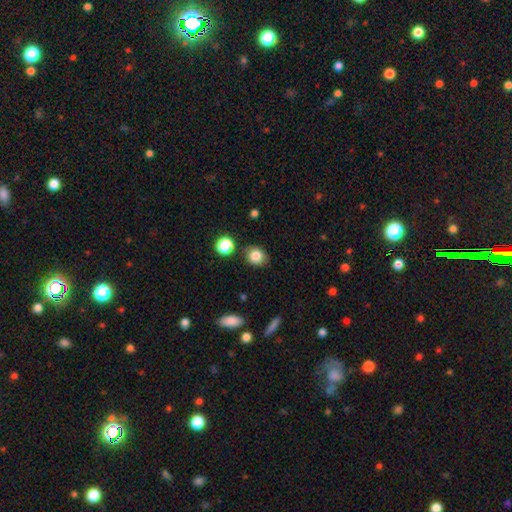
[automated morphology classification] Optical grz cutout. It shows a smooth galaxy with no disk features (82%) that is round (56%). Merging: none (80%).